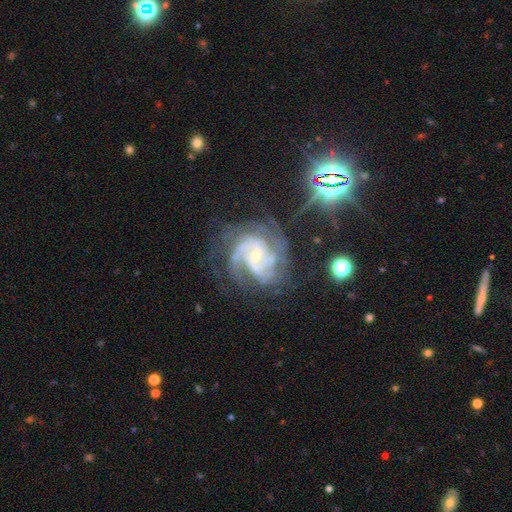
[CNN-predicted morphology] Smooth or featured? featured or disk (88%)
Edge-on disk? no (98%)
Bar? no (57%)
Spiral arms? yes (97%)
Spiral winding? tight (50%)
Spiral arm count? 3 (28%)
Bulge size? small (73%)
Merging? none (61%)